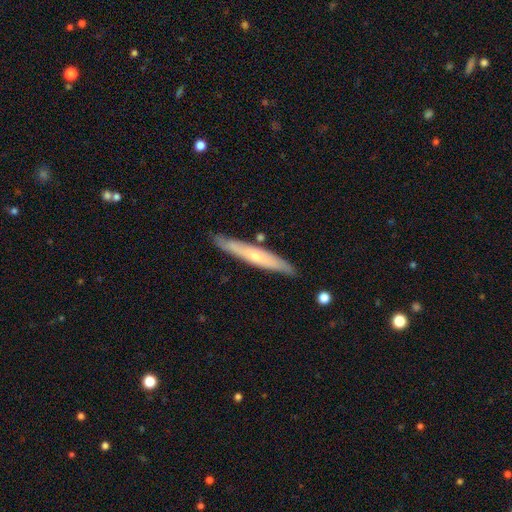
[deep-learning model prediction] This is possibly a featured or disk galaxy (50%). It is clearly viewed edge-on (85%). Merging: clearly none (85%).